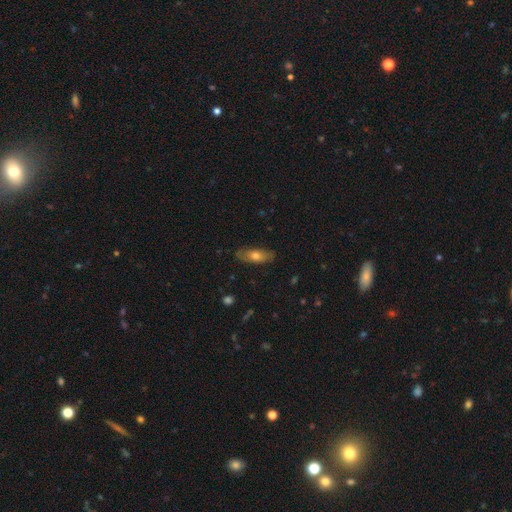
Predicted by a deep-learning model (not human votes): smooth 60%, featured or disk 33%, star or artifact 7%. Down the decision tree: how rounded — in between (72%); merging — none (80%).